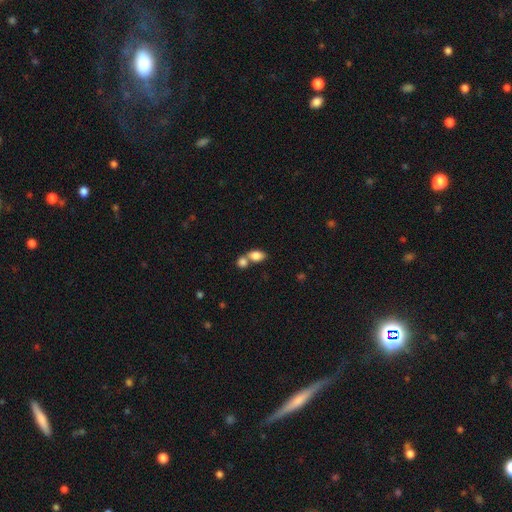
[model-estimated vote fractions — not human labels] The model was most divided on "merging": merger: 54%, none: 34%, minor disturbance: 8%, major disturbance: 3%. More confident: how rounded — in between (85%); smooth or featured — smooth (83%).